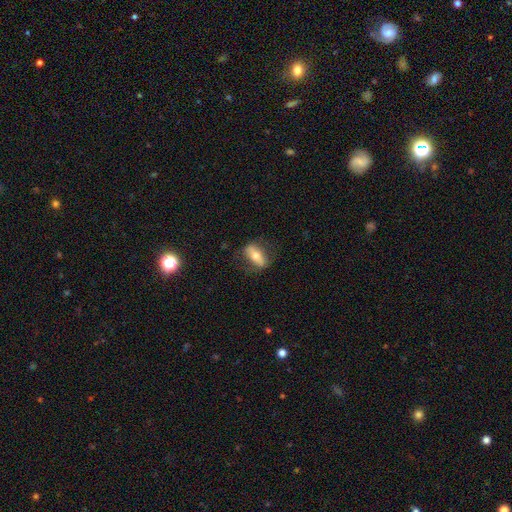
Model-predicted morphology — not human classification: Smooth or featured? smooth (55%)
How rounded? in between (73%)
Merging? none (73%)